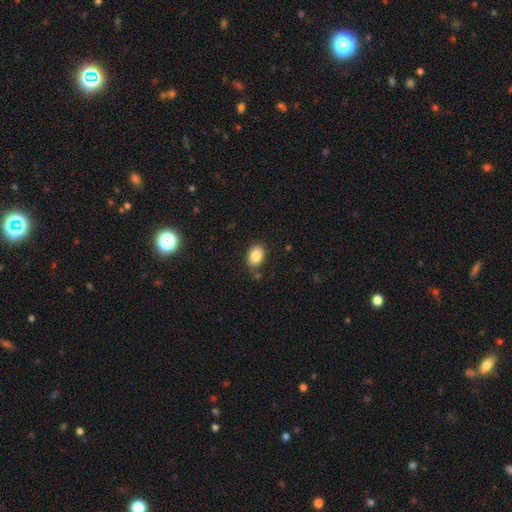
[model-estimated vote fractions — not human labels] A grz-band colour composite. It shows a smooth galaxy with no disk features (86%) that is in between round and cigar-shaped (86%). Merging: none (81%).